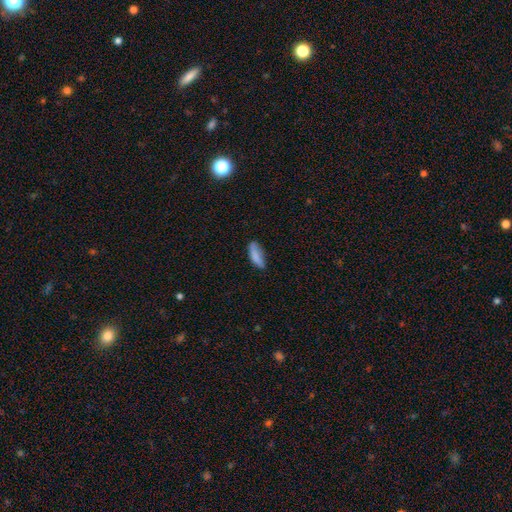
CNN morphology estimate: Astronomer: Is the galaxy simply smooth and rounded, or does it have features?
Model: smooth — 83%.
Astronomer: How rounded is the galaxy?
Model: in between — 59% (runner-up: cigar-shaped, 39%).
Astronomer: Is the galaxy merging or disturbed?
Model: none — 61%.